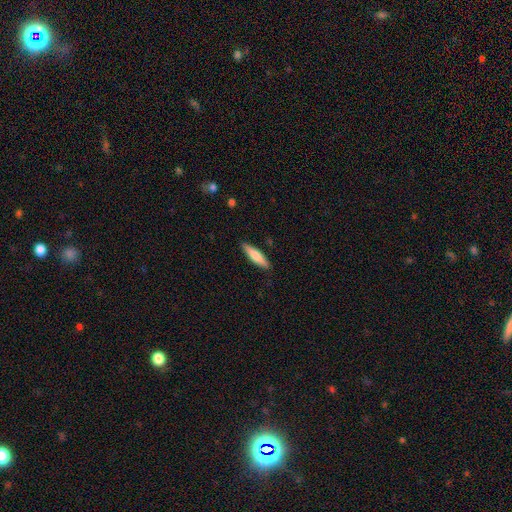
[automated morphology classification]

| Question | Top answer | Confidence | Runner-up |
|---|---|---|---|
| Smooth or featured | smooth | 73% | featured or disk (22%) |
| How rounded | cigar-shaped | 76% | in between (23%) |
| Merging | none | 88% | minor disturbance (9%) |